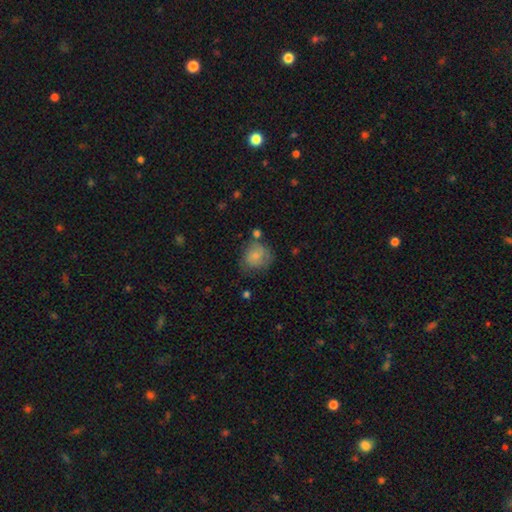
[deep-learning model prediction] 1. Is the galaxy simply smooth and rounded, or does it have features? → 74% smooth, 18% featured or disk, 9% star or artifact.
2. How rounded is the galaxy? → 72% round, 27% in between, 1% cigar-shaped.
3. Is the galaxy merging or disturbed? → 51% none, 27% minor disturbance, 14% major disturbance, 8% merger.